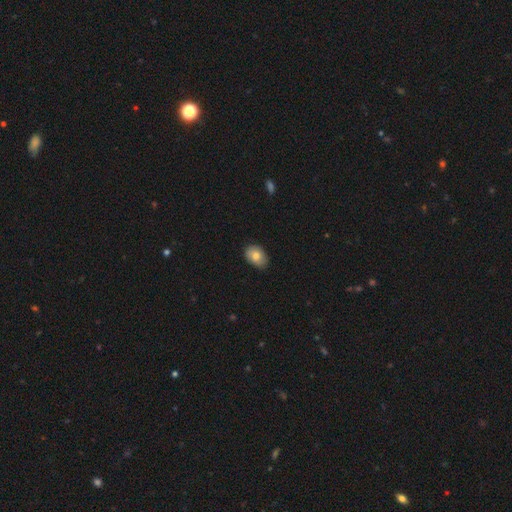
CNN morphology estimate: This is likely a smooth galaxy (79%). How rounded: likely in between (79%). Merging: clearly none (81%).